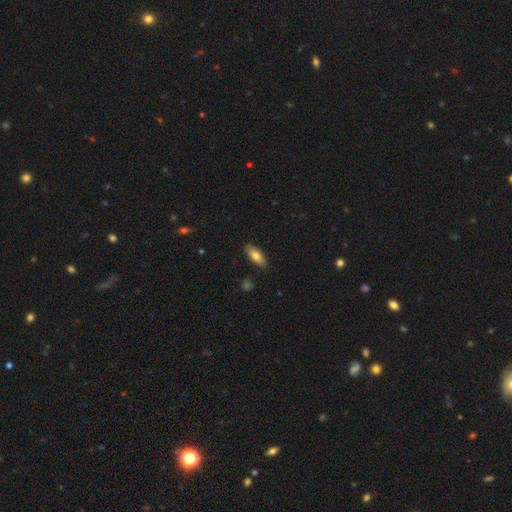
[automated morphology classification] This is likely a smooth galaxy (76%). How rounded: likely in between (76%). Merging: clearly none (85%).